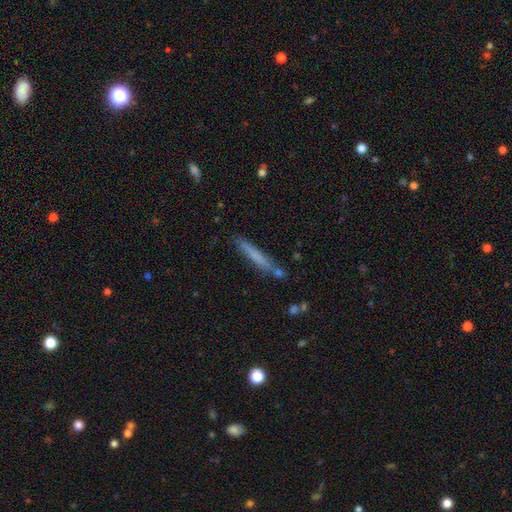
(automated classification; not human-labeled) smooth_or_featured: smooth (p=0.67) [alt: featured or disk p=0.26]
how_rounded: cigar-shaped (p=0.96) [alt: in between p=0.03]
merging: none (p=0.82) [alt: minor disturbance p=0.12]